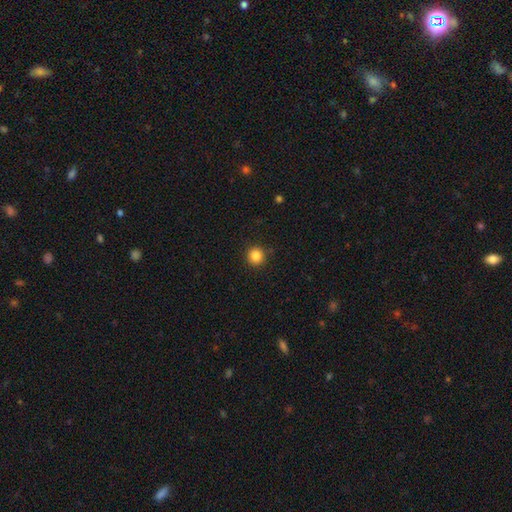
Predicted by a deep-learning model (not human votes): smooth_or_featured: smooth (p=0.86) [alt: star or artifact p=0.11]
how_rounded: round (p=0.93) [alt: in between p=0.06]
merging: none (p=0.91) [alt: minor disturbance p=0.06]